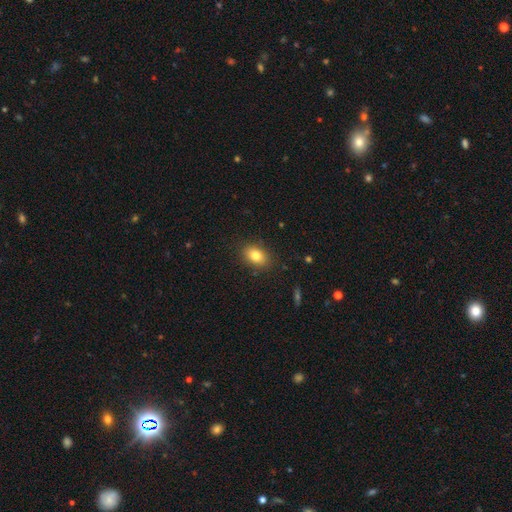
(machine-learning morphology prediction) A smooth galaxy with no disk features (81%) that is in between round and cigar-shaped (79%). Merging: none (86%).